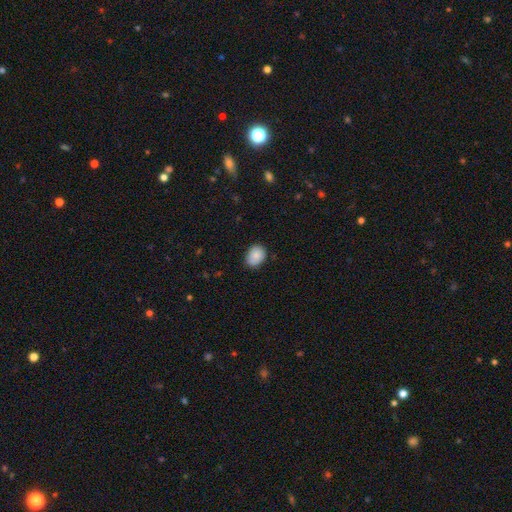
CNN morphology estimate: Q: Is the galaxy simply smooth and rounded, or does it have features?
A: smooth — 85%.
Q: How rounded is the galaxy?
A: in between — 61%.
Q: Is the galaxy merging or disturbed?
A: none — 76%.